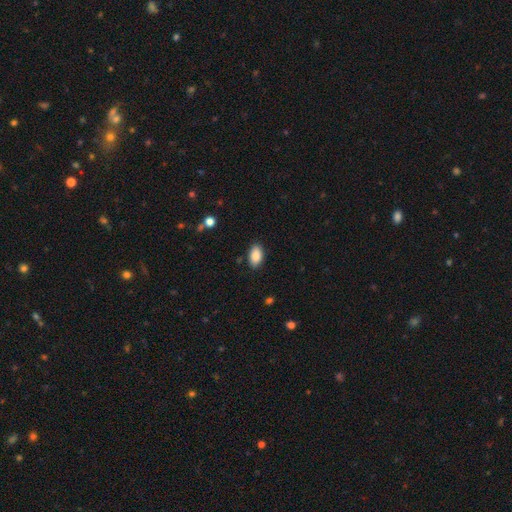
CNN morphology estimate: smooth_or_featured: smooth (p=0.88) [alt: star or artifact p=0.07]
how_rounded: in between (p=0.93) [alt: round p=0.05]
merging: none (p=0.87) [alt: minor disturbance p=0.10]